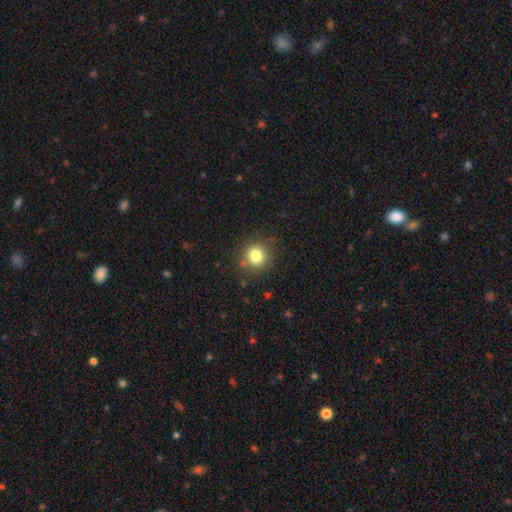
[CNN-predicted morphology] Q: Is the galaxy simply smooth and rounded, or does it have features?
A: smooth — 81%.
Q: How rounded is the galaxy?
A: round — 88%.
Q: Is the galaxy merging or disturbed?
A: none — 85%.